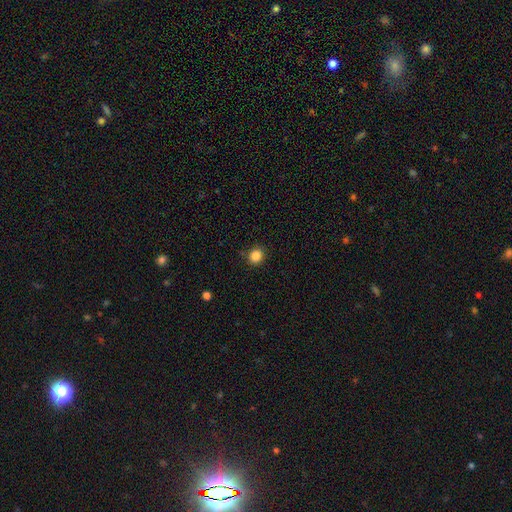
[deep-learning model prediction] Q: Smooth or featured?
A: smooth (85%); runner-up: star or artifact (12%)
Q: How rounded?
A: round (83%); runner-up: in between (17%)
Q: Merging?
A: none (88%); runner-up: minor disturbance (8%)